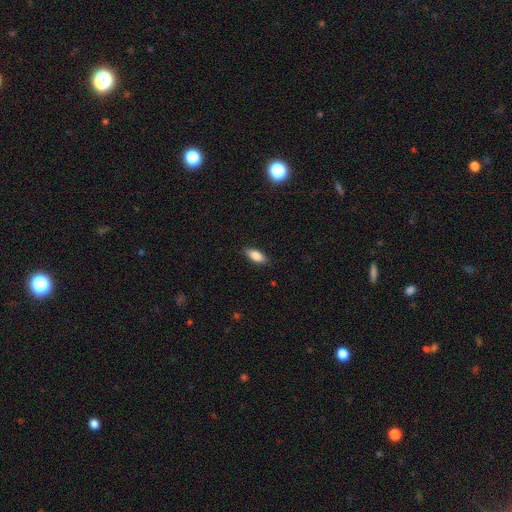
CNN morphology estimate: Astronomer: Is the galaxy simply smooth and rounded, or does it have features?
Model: smooth — 84%.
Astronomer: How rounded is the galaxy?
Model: in between — 81%.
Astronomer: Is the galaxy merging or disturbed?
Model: none — 86%.